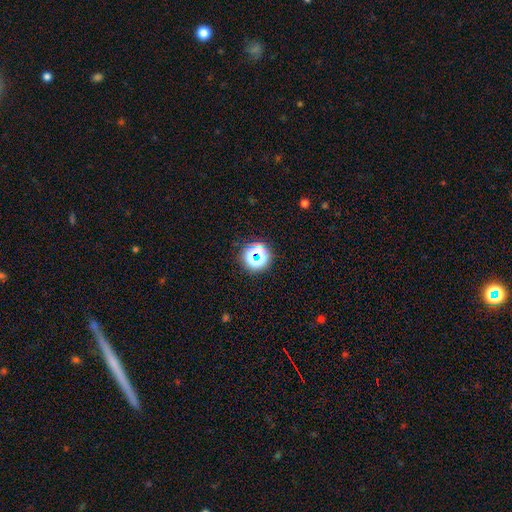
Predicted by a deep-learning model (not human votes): star or artifact 61%, smooth 29%, featured or disk 10%.